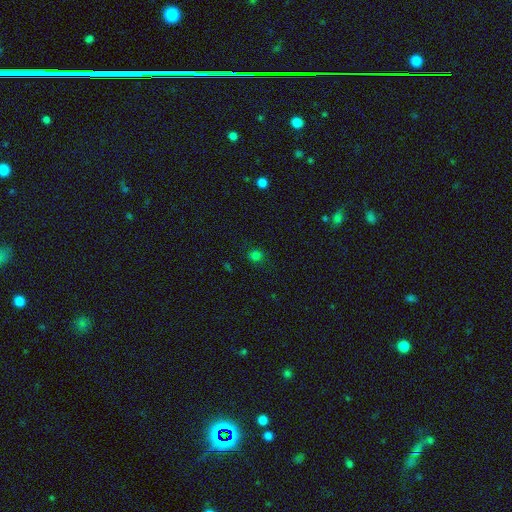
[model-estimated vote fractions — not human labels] Q: Smooth or featured?
A: smooth (75%); runner-up: star or artifact (21%)
Q: How rounded?
A: round (82%); runner-up: in between (17%)
Q: Merging?
A: none (84%); runner-up: minor disturbance (11%)